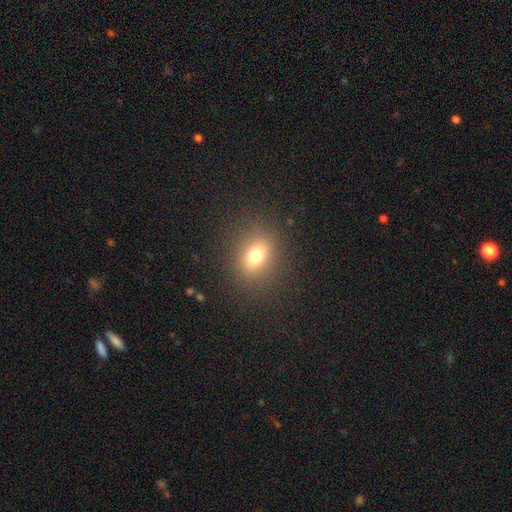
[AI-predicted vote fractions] smooth 74%, star or artifact 15%, featured or disk 11%. Down the decision tree: how rounded — round (50%); merging — none (86%).